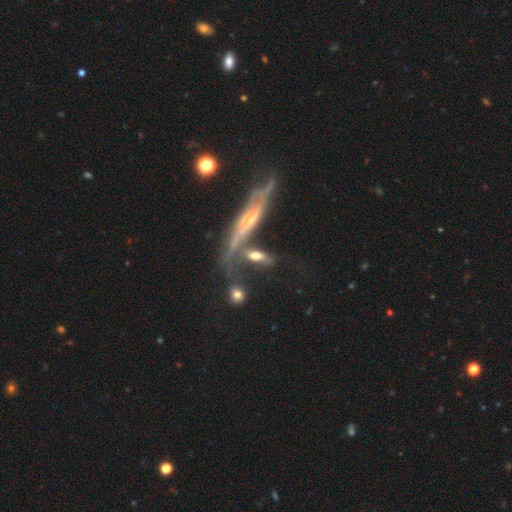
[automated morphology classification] Overall: smooth (49%; featured or disk 41%). Merging: none (40%; merger 31%).